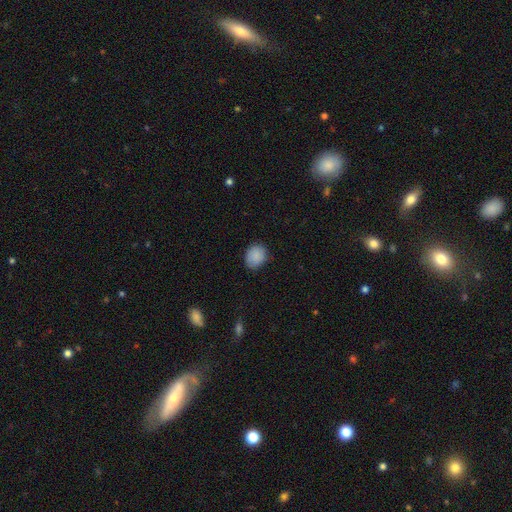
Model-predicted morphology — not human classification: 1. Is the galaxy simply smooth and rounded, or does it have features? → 89% smooth, 8% star or artifact, 4% featured or disk.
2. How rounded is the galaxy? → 56% round, 43% in between, 1% cigar-shaped.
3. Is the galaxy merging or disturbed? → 83% none, 14% minor disturbance, 3% major disturbance, 1% merger.